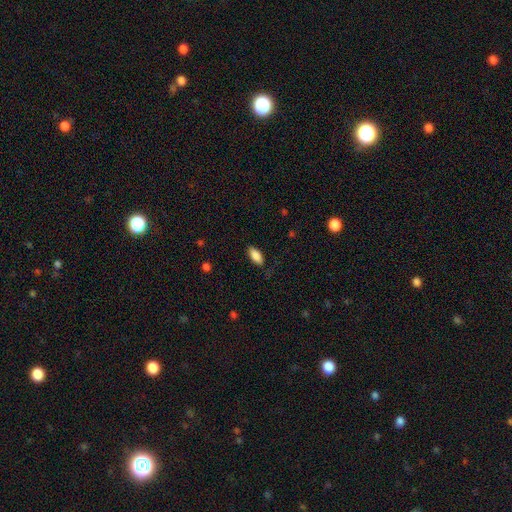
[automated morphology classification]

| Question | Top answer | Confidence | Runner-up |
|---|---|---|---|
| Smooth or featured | smooth | 87% | star or artifact (7%) |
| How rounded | in between | 90% | cigar-shaped (8%) |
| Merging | none | 81% | minor disturbance (15%) |